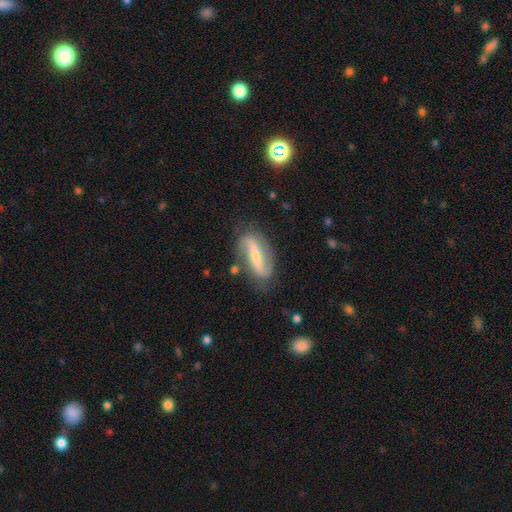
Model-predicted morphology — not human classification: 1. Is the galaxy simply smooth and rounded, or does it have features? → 80% featured or disk, 14% smooth, 6% star or artifact.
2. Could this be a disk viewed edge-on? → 91% no, 9% yes.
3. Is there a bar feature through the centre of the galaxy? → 57% strong, 24% weak, 19% no.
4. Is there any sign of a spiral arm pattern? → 92% yes, 8% no.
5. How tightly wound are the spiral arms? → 50% loose, 32% medium, 18% tight.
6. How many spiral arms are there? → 91% 2, 4% can't tell, 2% 1, 1% 3, 1% 4, 1% more than 4.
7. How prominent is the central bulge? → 60% small, 33% moderate, 3% none, 2% large, 1% dominant.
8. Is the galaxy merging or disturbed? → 78% none, 15% minor disturbance, 5% major disturbance, 2% merger.